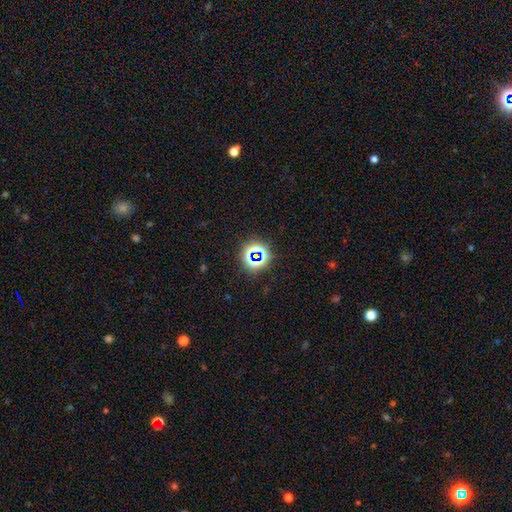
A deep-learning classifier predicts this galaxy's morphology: Smooth or featured: star or artifact — 68% (smooth — 23%)